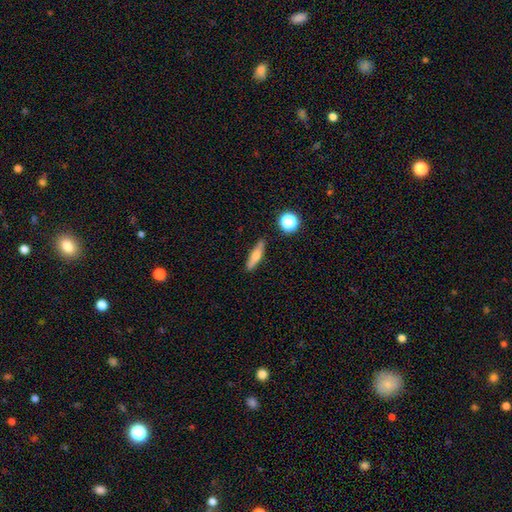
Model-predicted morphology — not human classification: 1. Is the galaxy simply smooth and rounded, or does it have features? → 54% smooth, 38% featured or disk, 8% star or artifact.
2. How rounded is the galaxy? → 73% cigar-shaped, 22% in between, 5% round.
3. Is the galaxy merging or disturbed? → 87% none, 9% minor disturbance, 2% merger, 2% major disturbance.